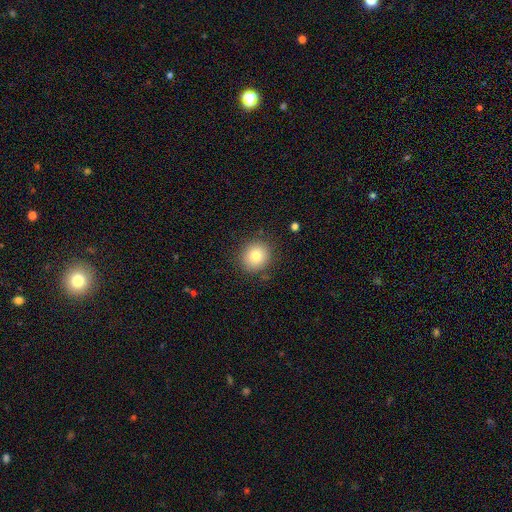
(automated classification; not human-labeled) Q: Smooth or featured?
A: smooth (80%); runner-up: star or artifact (10%)
Q: How rounded?
A: round (86%); runner-up: in between (14%)
Q: Merging?
A: none (87%); runner-up: minor disturbance (9%)